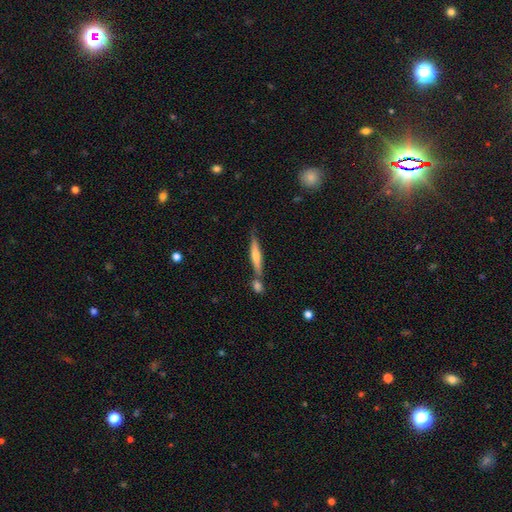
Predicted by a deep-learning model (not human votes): Morphology: type=featured or disk (53%); edge-on=yes (94%); edge-on bulge=rounded (74%); merging=none (68%).